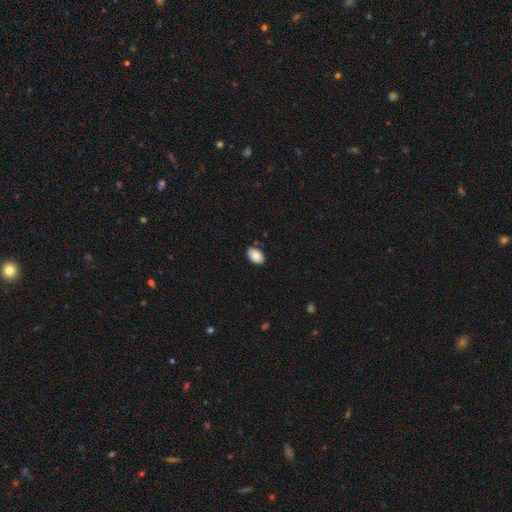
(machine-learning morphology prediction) type=smooth (85%); roundness=in between (91%); merging=none (85%).